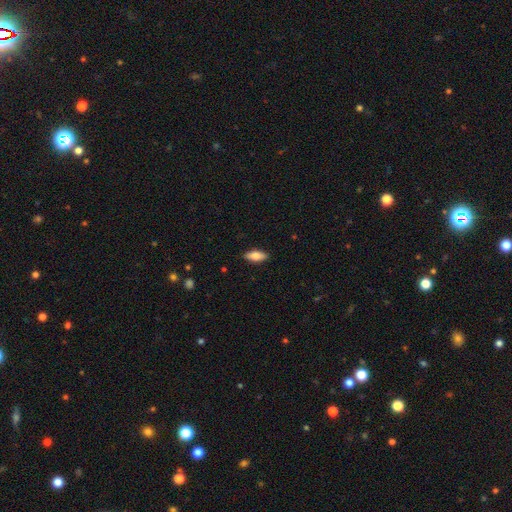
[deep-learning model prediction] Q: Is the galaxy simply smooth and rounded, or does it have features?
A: smooth — 76%.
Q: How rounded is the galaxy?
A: in between — 79%.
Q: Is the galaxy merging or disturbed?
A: none — 88%.